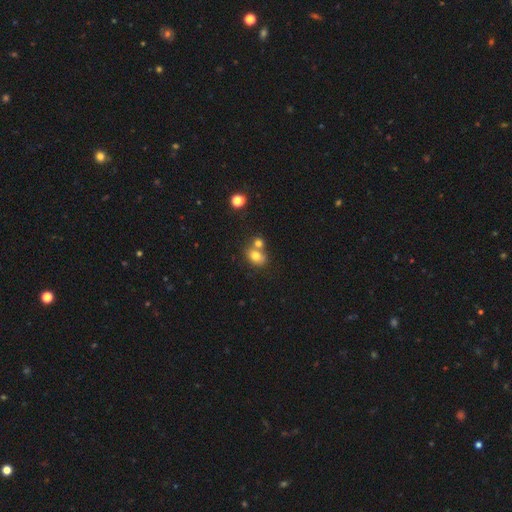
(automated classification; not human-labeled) Morphology: type=smooth (76%); roundness=in between (54%); merging=none (43%, tied with merger).